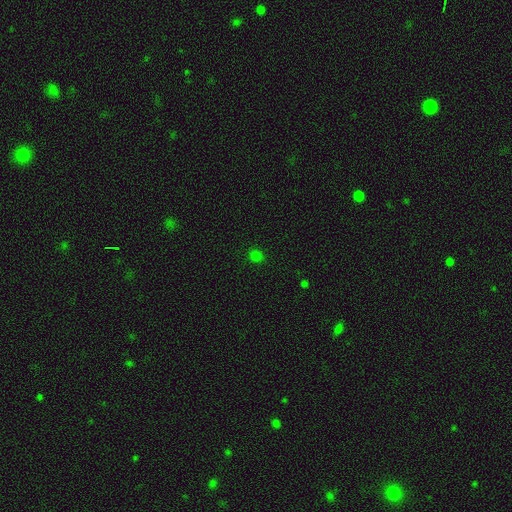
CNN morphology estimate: Smooth or featured? Predicted: smooth (p=0.77). How rounded? Predicted: round (p=0.86). Merging? Predicted: none (p=0.90).